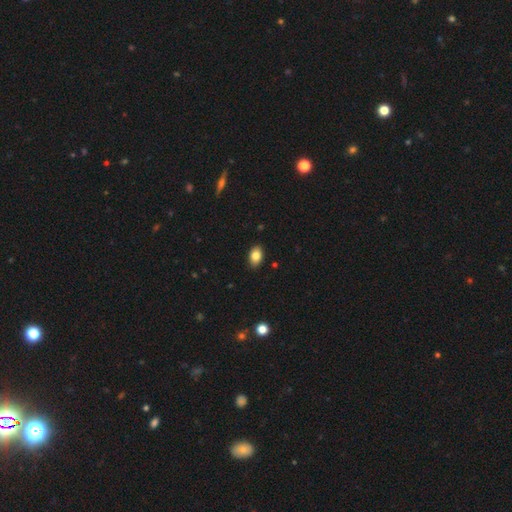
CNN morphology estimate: A smooth galaxy with no disk features (84%) that is in between round and cigar-shaped (87%). Merging: none (89%).